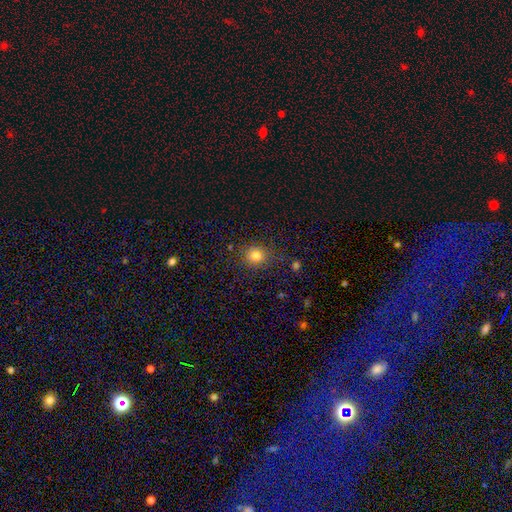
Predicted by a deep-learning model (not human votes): A smooth galaxy with no disk features (80%) that is round (81%). Merging: none (83%).